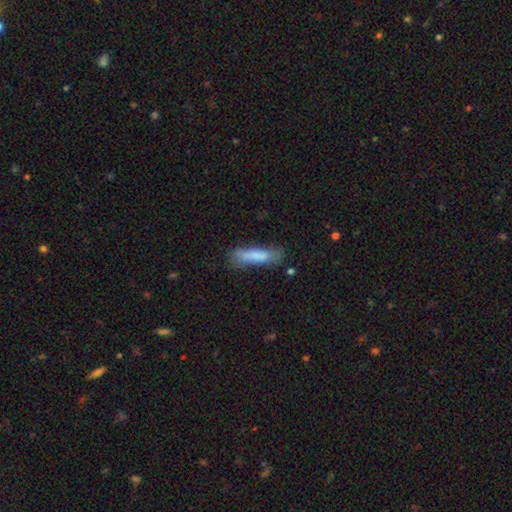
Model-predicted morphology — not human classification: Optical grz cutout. It shows a smooth galaxy with no disk features (78%) that is cigar-shaped (75%). Merging: none (63%).